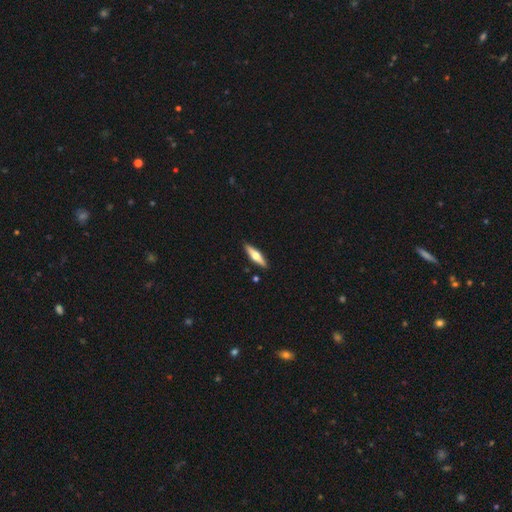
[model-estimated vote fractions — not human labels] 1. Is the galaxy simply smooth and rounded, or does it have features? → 52% featured or disk, 42% smooth, 5% star or artifact.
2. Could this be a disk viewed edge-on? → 93% yes, 7% no.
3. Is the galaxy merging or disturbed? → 89% none, 7% minor disturbance, 2% merger, 2% major disturbance.